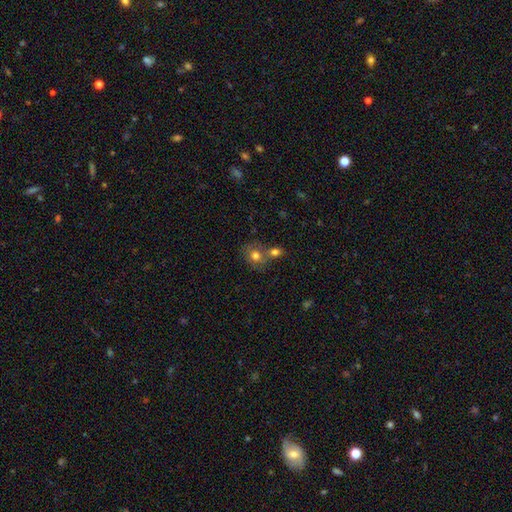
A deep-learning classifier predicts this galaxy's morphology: Smooth or featured? smooth (75%)
How rounded? round (72%)
Merging? none (46%)